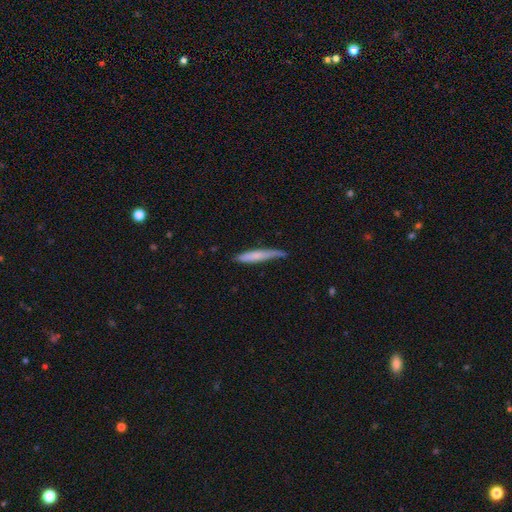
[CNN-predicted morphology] smooth 66%, featured or disk 28%, star or artifact 6%. Down the decision tree: how rounded — cigar-shaped (93%); merging — none (62%).